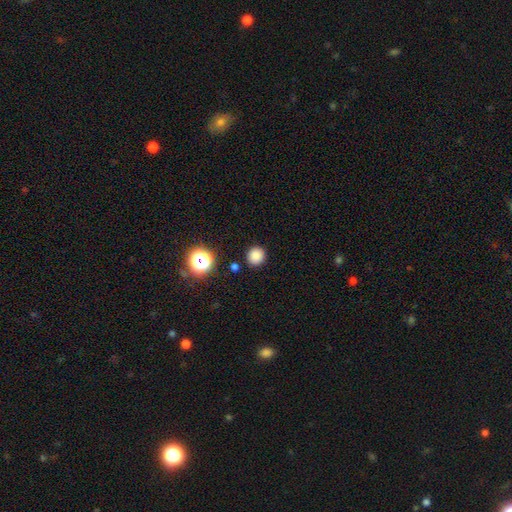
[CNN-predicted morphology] smooth_or_featured: smooth (p=0.82) [alt: star or artifact p=0.14]
how_rounded: round (p=0.88) [alt: in between p=0.11]
merging: none (p=0.89) [alt: minor disturbance p=0.06]